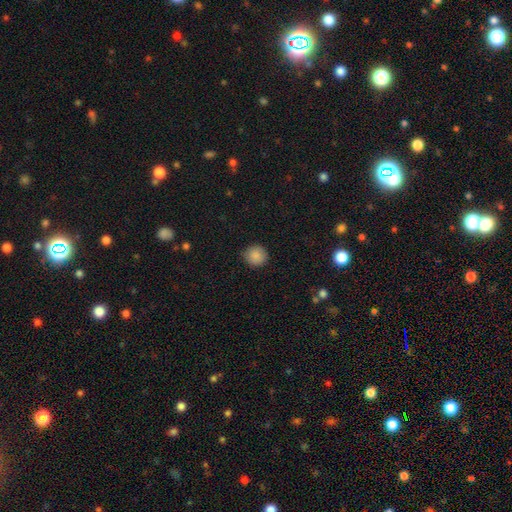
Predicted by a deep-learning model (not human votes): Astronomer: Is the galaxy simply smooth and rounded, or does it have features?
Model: smooth — 87%.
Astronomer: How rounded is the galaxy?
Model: round — 93%.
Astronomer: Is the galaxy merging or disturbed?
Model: none — 89%.